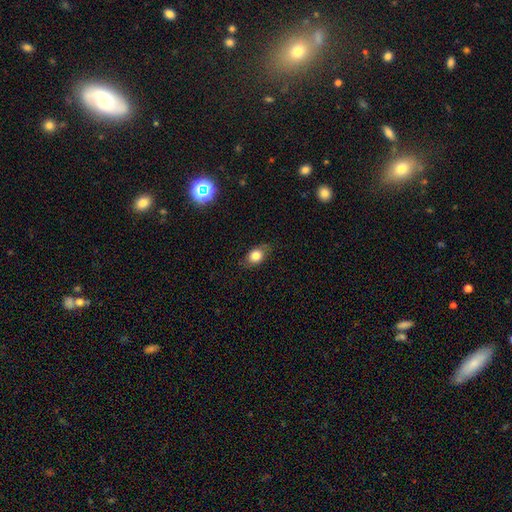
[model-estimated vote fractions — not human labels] This is likely a smooth galaxy (76%). How rounded: likely in between (68%). Merging: likely none (75%).